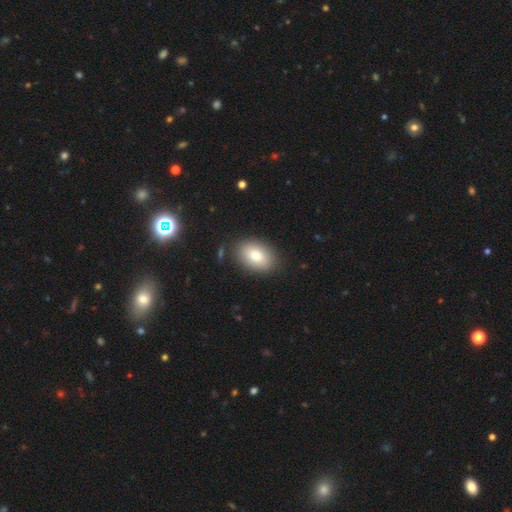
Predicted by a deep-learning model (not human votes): Smooth or featured? smooth (83%)
How rounded? in between (86%)
Merging? none (85%)